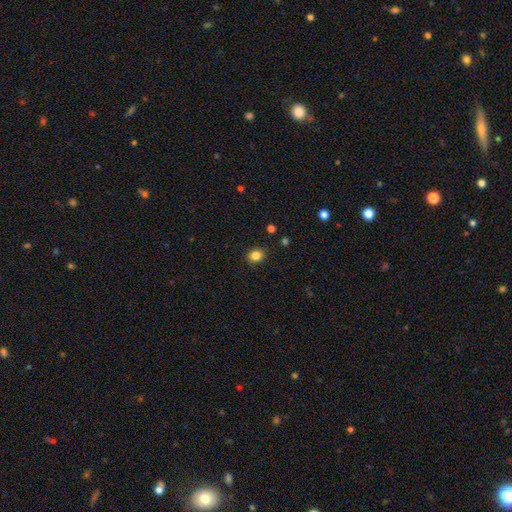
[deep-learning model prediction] Q: Smooth or featured?
A: smooth (83%); runner-up: star or artifact (11%)
Q: How rounded?
A: round (65%); runner-up: in between (34%)
Q: Merging?
A: none (87%); runner-up: minor disturbance (9%)